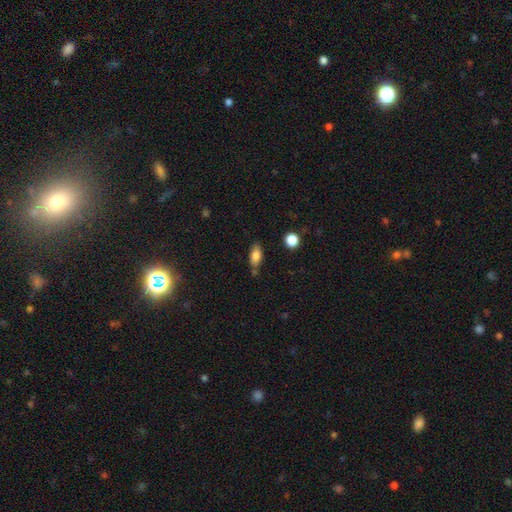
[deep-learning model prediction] Smooth or featured? Predicted: smooth (p=0.81). How rounded? Predicted: in between (p=0.83). Merging? Predicted: none (p=0.70).